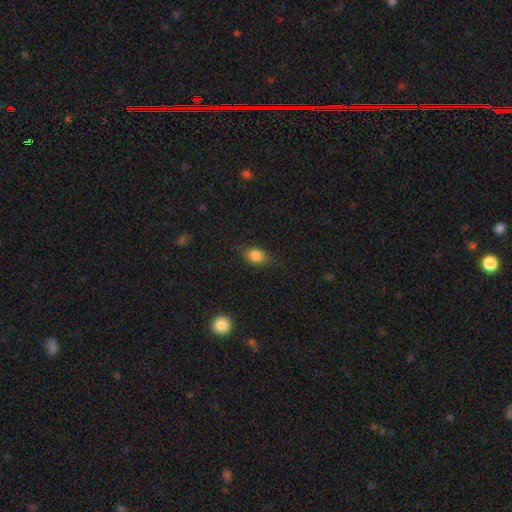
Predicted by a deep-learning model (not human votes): The model was most divided on "how rounded": in between: 66%, round: 31%, cigar-shaped: 3%. More confident: smooth or featured — smooth (82%); merging — none (75%).